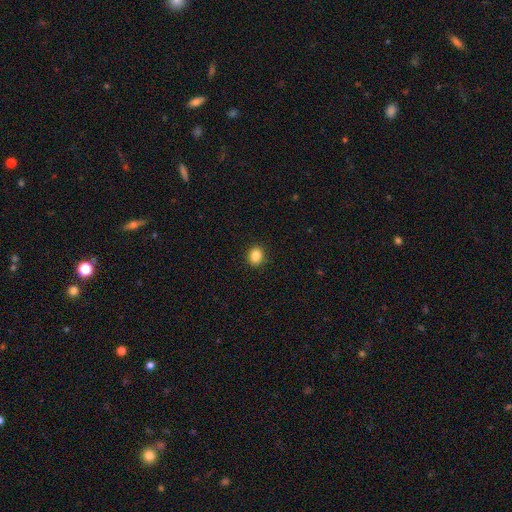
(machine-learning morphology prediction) Smooth or featured? smooth (86%)
How rounded? round (64%)
Merging? none (91%)